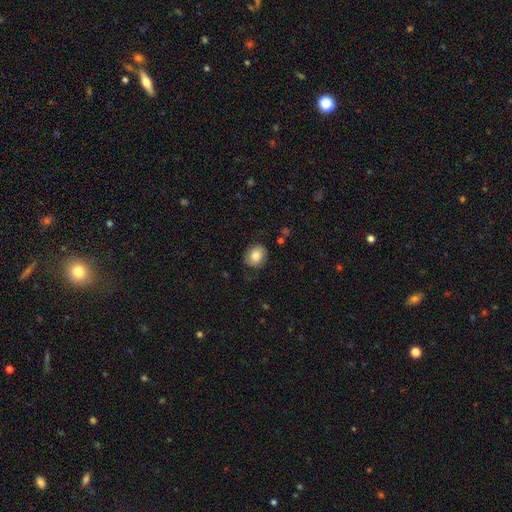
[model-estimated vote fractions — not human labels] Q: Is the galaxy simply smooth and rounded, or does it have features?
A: smooth — 77%.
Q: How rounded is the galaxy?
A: round — 56%.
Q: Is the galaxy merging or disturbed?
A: none — 76%.